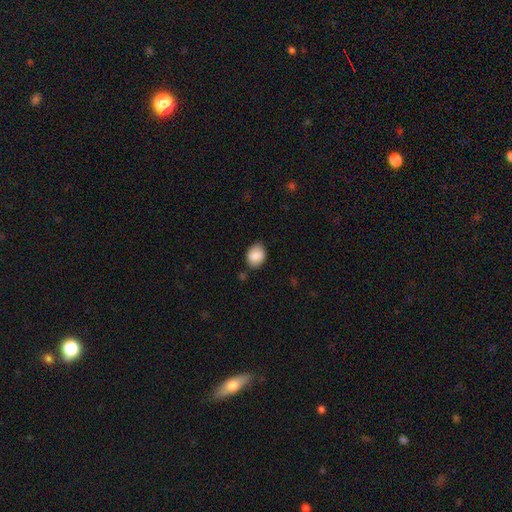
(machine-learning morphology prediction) A smooth galaxy with no disk features (85%) that is in between round and cigar-shaped (58%). Merging: none (76%).